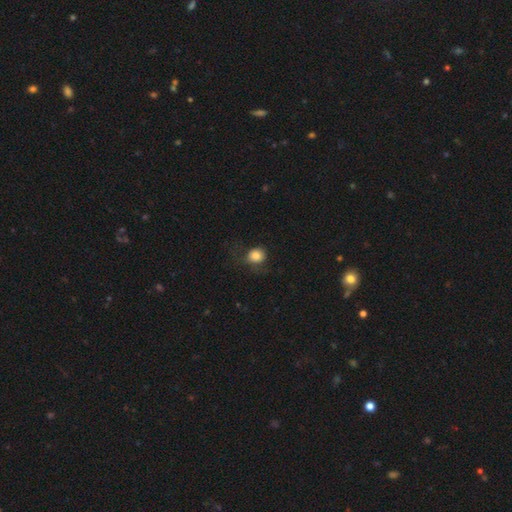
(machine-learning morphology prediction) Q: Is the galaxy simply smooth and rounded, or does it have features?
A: smooth — 82%.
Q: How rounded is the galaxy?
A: round — 81%.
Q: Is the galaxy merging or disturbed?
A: none — 58%.